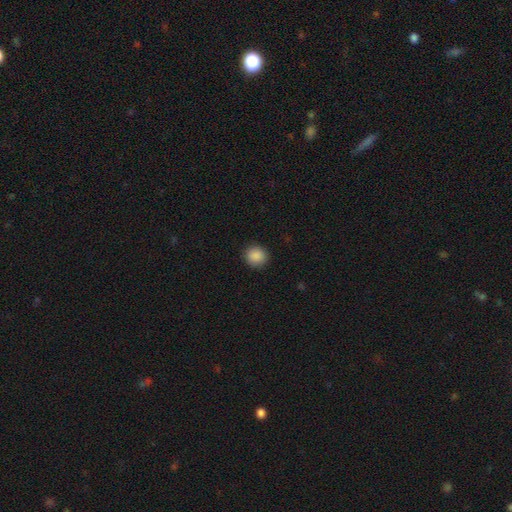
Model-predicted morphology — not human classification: type=smooth (89%); roundness=round (88%); merging=none (90%).